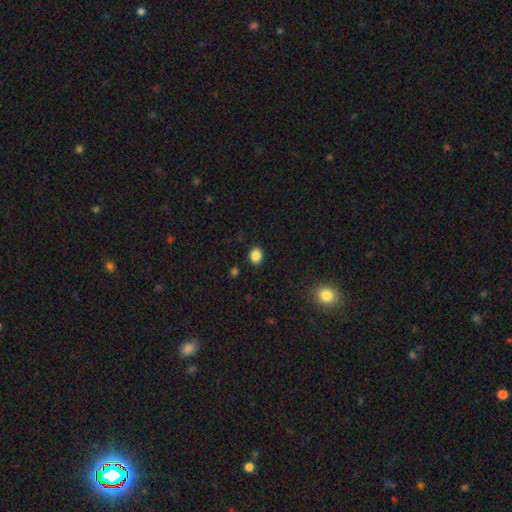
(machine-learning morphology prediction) Q: Smooth or featured?
A: smooth (86%); runner-up: star or artifact (10%)
Q: How rounded?
A: round (60%); runner-up: in between (39%)
Q: Merging?
A: none (89%); runner-up: minor disturbance (7%)